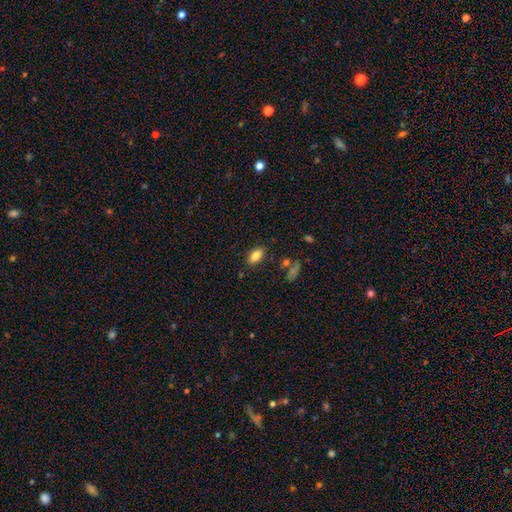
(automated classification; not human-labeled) This is clearly a smooth galaxy (83%). How rounded: clearly in between (90%). Merging: clearly none (84%).